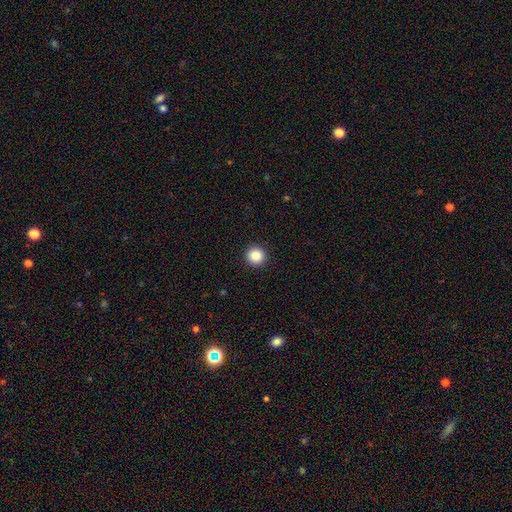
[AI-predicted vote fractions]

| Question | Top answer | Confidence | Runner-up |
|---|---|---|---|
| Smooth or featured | smooth | 87% | star or artifact (10%) |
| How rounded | round | 96% | in between (3%) |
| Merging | none | 93% | minor disturbance (4%) |